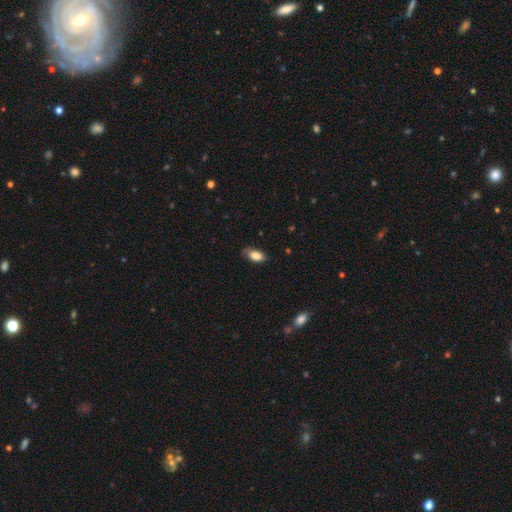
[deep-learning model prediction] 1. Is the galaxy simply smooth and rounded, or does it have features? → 83% smooth, 10% featured or disk, 7% star or artifact.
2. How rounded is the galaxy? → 90% in between, 6% cigar-shaped, 4% round.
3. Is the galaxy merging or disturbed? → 74% none, 21% minor disturbance, 4% major disturbance, 1% merger.